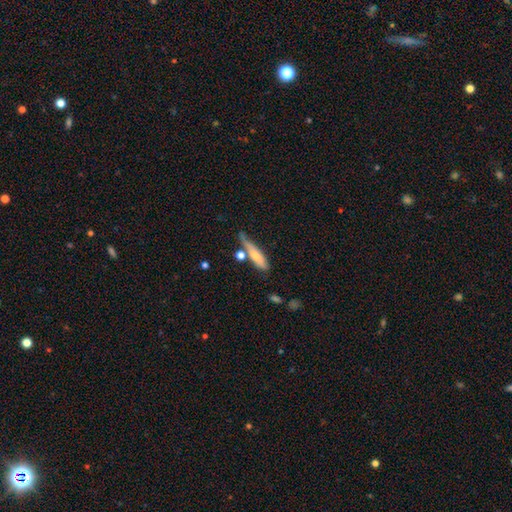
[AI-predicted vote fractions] Q: Smooth or featured?
A: smooth (65%); runner-up: featured or disk (28%)
Q: How rounded?
A: cigar-shaped (74%); runner-up: in between (24%)
Q: Merging?
A: none (47%); runner-up: minor disturbance (26%)